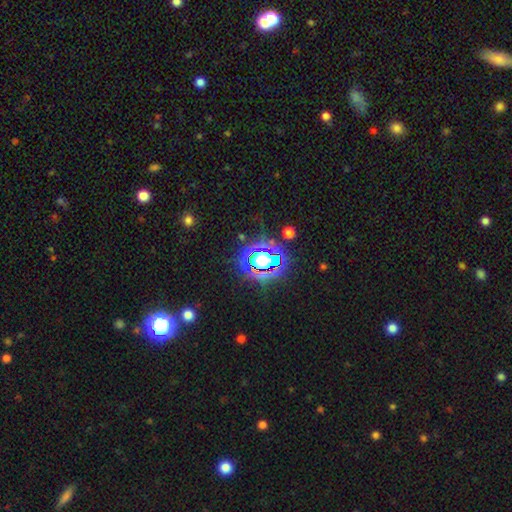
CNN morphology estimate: This is likely a star or artifact rather than a galaxy (79%).